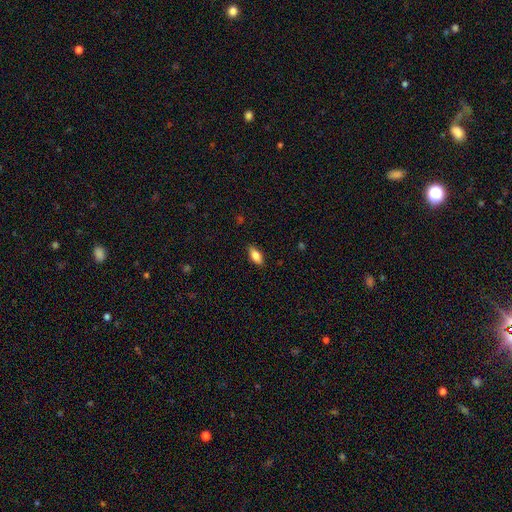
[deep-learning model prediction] Smooth or featured: smooth — 83% (featured or disk — 10%)
How rounded: in between — 87% (cigar-shaped — 10%)
Merging: none — 86% (minor disturbance — 10%)